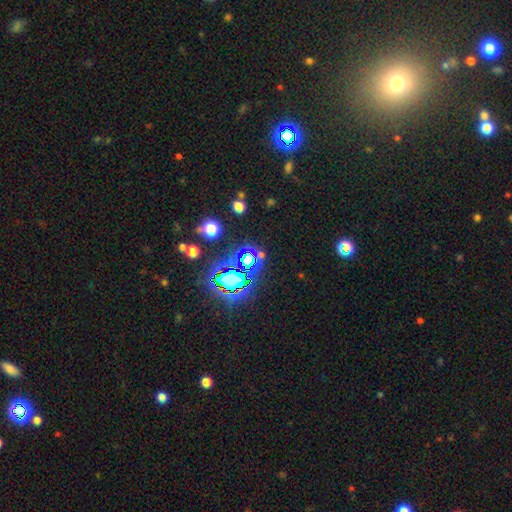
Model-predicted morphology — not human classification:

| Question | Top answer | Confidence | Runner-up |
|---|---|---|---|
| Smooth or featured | star or artifact | 74% | smooth (18%) |